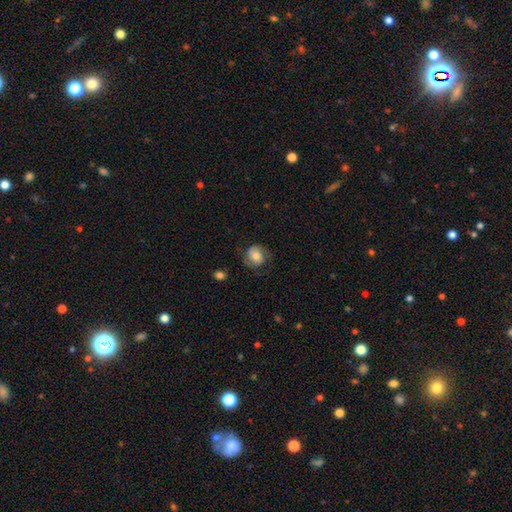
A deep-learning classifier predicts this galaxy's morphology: A smooth galaxy with no disk features (58%) that is round (76%).

Vote fractions:
- Smooth or featured? smooth: 58% / featured or disk: 34% / star or artifact: 8%
- How rounded? round: 76% / in between: 23% / cigar-shaped: 1%
- Merging? none: 63% / minor disturbance: 23% / major disturbance: 12% / merger: 1%